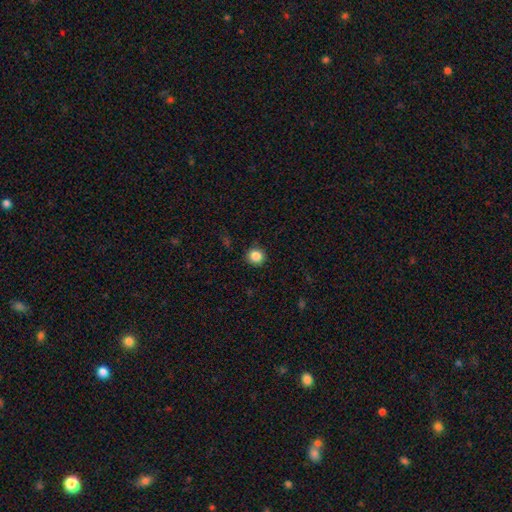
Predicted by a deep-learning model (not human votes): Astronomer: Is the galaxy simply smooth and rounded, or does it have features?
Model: smooth — 86%.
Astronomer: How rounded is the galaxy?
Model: round — 89%.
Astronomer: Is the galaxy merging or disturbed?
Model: none — 90%.